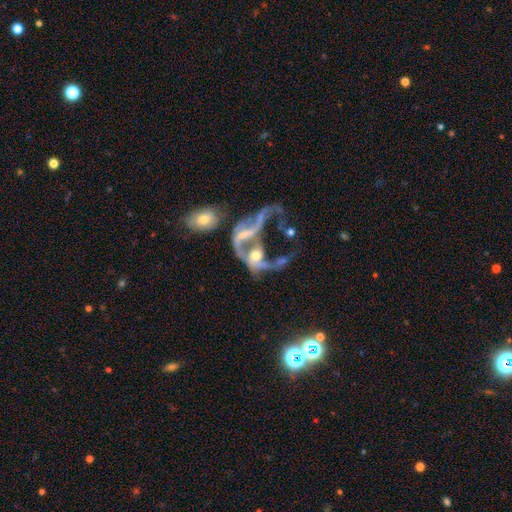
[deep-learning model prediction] Q: Smooth or featured?
A: featured or disk (72%); runner-up: smooth (17%)
Q: Edge-on disk?
A: no (95%); runner-up: yes (5%)
Q: Bar?
A: no (61%); runner-up: weak (26%)
Q: Spiral arms?
A: yes (62%); runner-up: no (38%)
Q: Bulge size?
A: moderate (43%); runner-up: small (29%)
Q: Merging?
A: merger (61%); runner-up: major disturbance (23%)